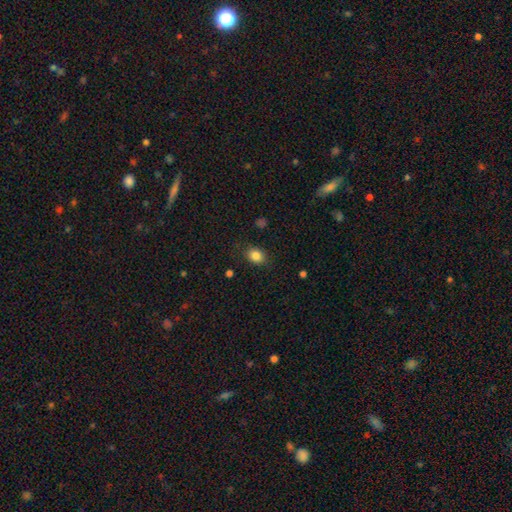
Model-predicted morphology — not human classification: Smooth or featured: smooth — 85% (star or artifact — 10%)
How rounded: in between — 53% (round — 46%)
Merging: none — 84% (minor disturbance — 11%)